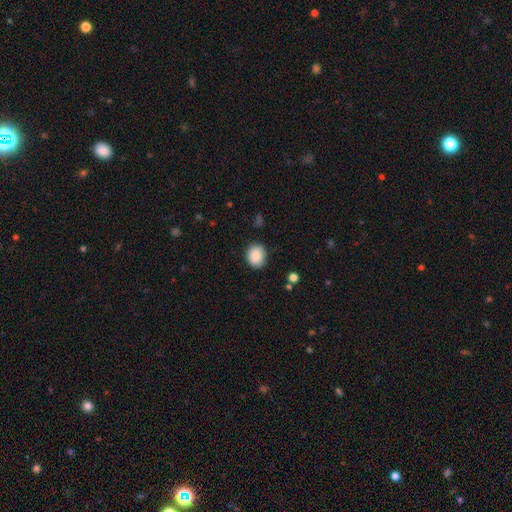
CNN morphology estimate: This is clearly a smooth galaxy (86%). How rounded: likely round (66%). Merging: clearly none (85%).